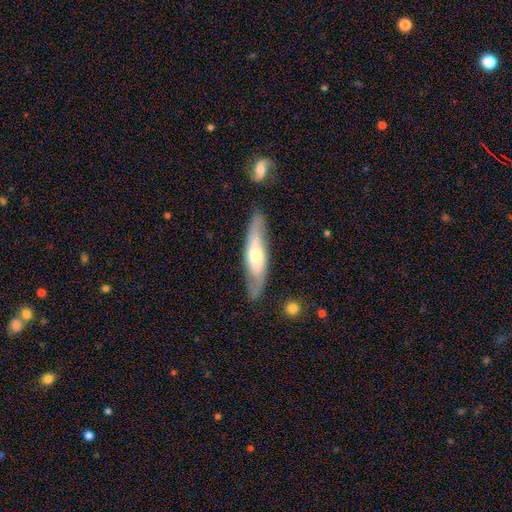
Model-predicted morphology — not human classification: A featured or disk galaxy (56%) viewed edge-on (52%). Merging: none (79%).